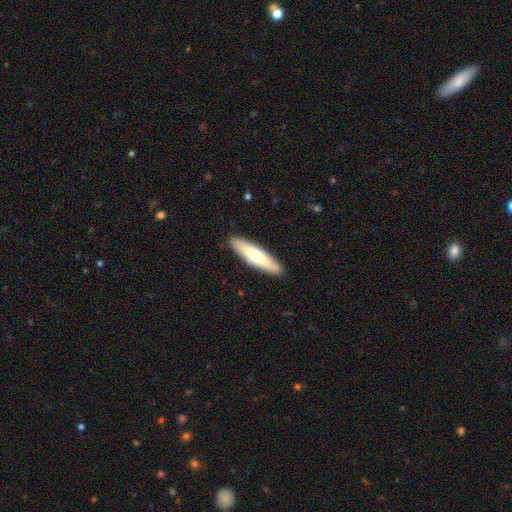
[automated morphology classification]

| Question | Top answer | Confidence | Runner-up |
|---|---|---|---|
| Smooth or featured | smooth | 64% | featured or disk (31%) |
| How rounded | cigar-shaped | 77% | in between (22%) |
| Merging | none | 90% | minor disturbance (8%) |